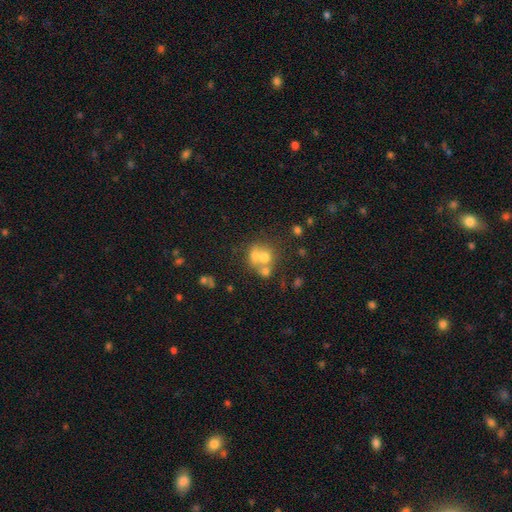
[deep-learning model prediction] Smooth or featured?
  - smooth: 53% *
  - featured or disk: 28%
  - star or artifact: 19%
How rounded?
  - round: 77% *
  - in between: 22%
  - cigar-shaped: 1%
Merging?
  - merger: 53% *
  - none: 34%
  - minor disturbance: 8%
  - major disturbance: 5%